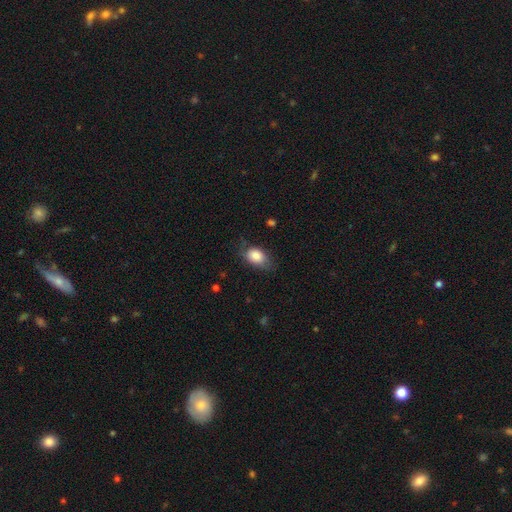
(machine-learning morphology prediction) Smooth or featured? smooth (82%)
How rounded? in between (84%)
Merging? none (63%)